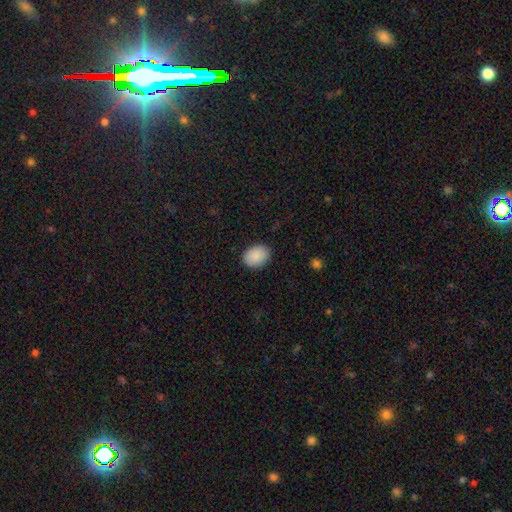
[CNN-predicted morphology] This appears to be a smooth galaxy with no disk features (90%) that is in between round and cigar-shaped (69%). Merging: none (89%).